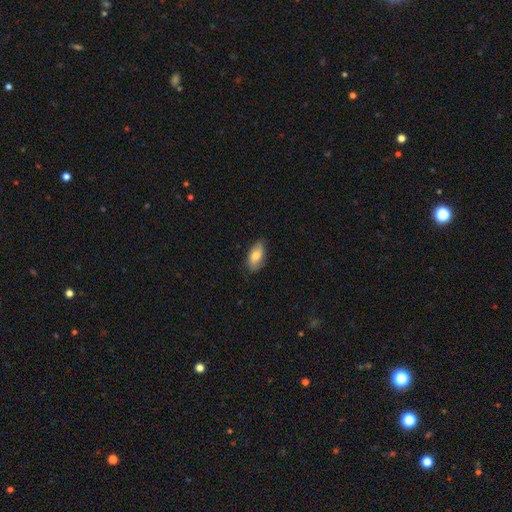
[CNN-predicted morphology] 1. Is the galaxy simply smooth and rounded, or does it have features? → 77% smooth, 16% featured or disk, 6% star or artifact.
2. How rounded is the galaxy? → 92% in between, 4% cigar-shaped, 4% round.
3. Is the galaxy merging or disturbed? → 75% none, 21% minor disturbance, 3% major disturbance, 1% merger.